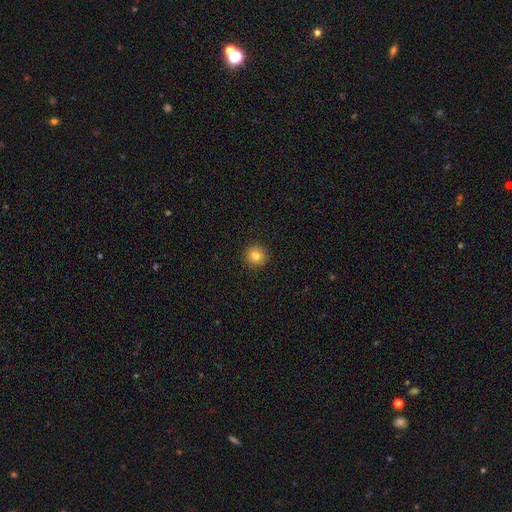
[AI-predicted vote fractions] Smooth or featured: smooth — 84% (star or artifact — 11%)
How rounded: round — 93% (in between — 6%)
Merging: none — 92% (minor disturbance — 5%)